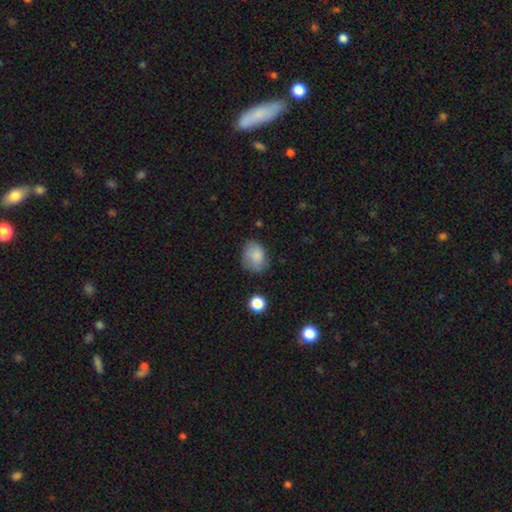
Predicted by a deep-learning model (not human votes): Smooth or featured? smooth (83%)
How rounded? in between (56%)
Merging? none (64%)